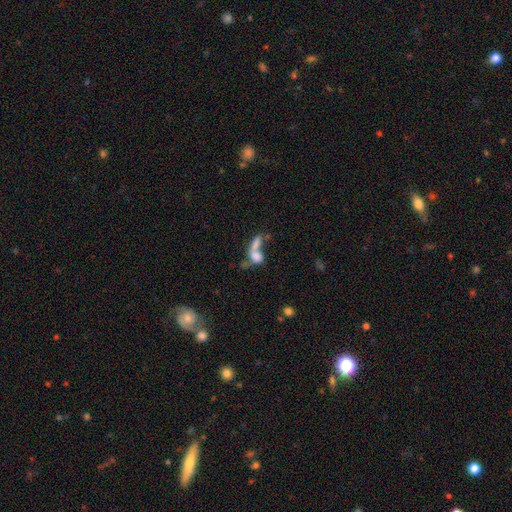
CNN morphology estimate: A smooth galaxy with no disk features (61%) that is in between round and cigar-shaped (71%).

Vote fractions:
- Smooth or featured? smooth: 61% / featured or disk: 27% / star or artifact: 13%
- How rounded? in between: 71% / round: 17% / cigar-shaped: 12%
- Merging? merger: 66% / none: 14% / major disturbance: 13% / minor disturbance: 6%